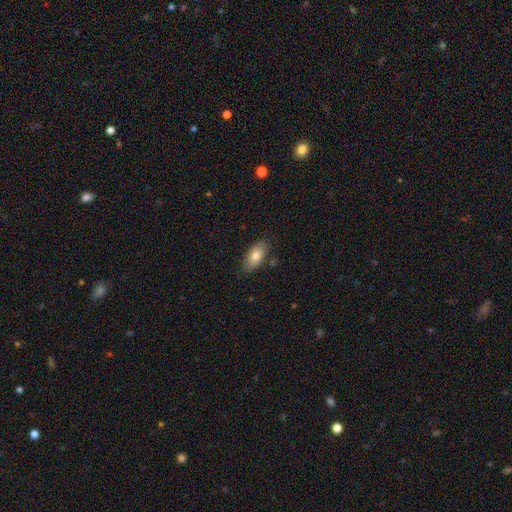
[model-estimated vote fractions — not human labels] smooth-or-featured: smooth: 77% | featured or disk: 16% | star or artifact: 7%
  how-rounded: in between: 90% | cigar-shaped: 7% | round: 3%
  merging: none: 82% | minor disturbance: 13% | major disturbance: 3% | merger: 2%